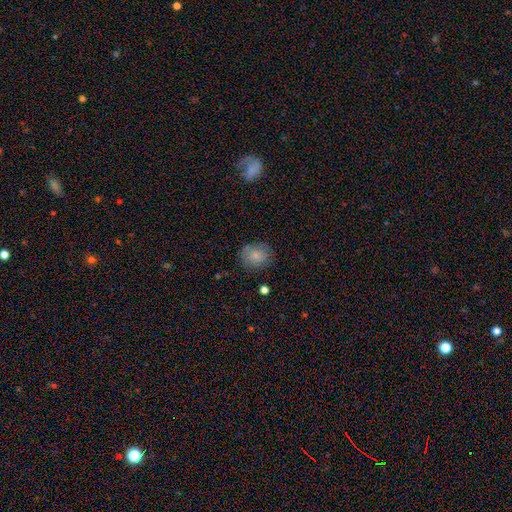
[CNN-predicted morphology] Smooth or featured? smooth (82%)
How rounded? round (72%)
Merging? none (80%)